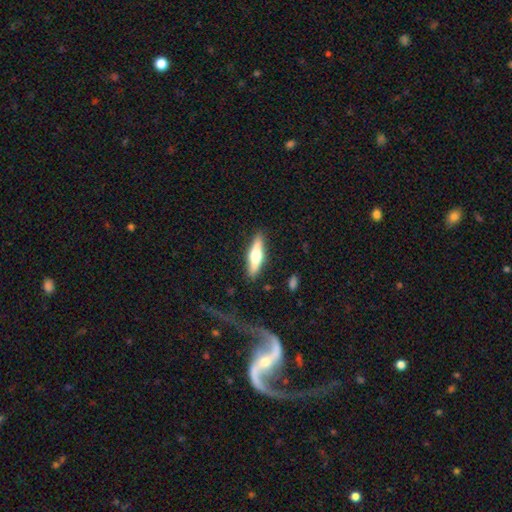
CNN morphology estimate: Smooth or featured: featured or disk — 51% (smooth — 44%)
Edge-on disk: yes — 93% (no — 7%)
Merging: none — 88% (minor disturbance — 9%)